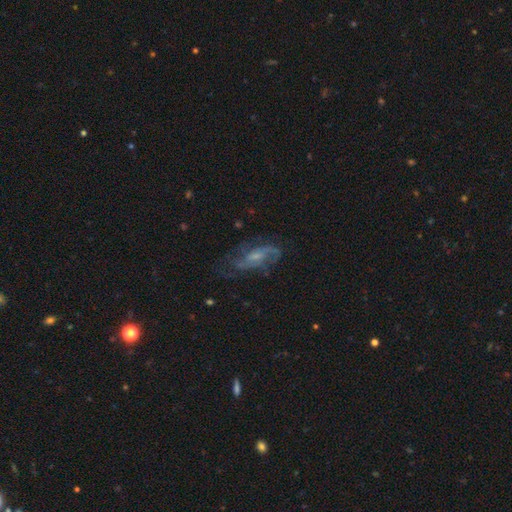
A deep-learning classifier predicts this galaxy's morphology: Smooth or featured?
  - featured or disk: 74% *
  - smooth: 16%
  - star or artifact: 10%
Edge-on disk?
  - no: 90% *
  - yes: 10%
Bar?
  - no: 45% *
  - weak: 42%
  - strong: 13%
Spiral arms?
  - yes: 89% *
  - no: 11%
Spiral winding?
  - medium: 45% *
  - loose: 32%
  - tight: 23%
Spiral arm count?
  - 2: 58% *
  - can't tell: 21%
  - 3: 9%
  - 1: 6%
  - 4: 3%
  - more than 4: 3%
Bulge size?
  - small: 50% *
  - moderate: 32%
  - none: 13%
  - large: 3%
  - dominant: 1%
Merging?
  - none: 64% *
  - minor disturbance: 20%
  - major disturbance: 14%
  - merger: 2%